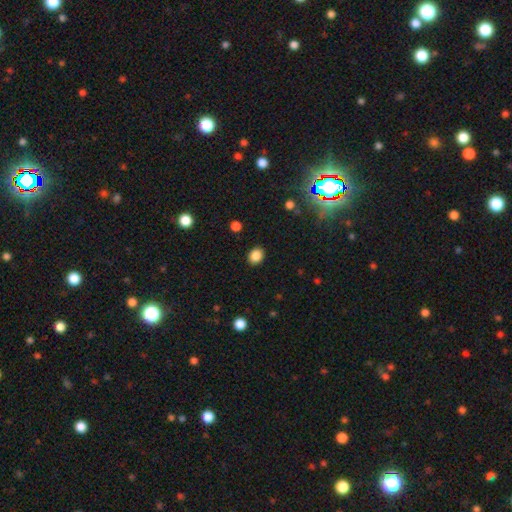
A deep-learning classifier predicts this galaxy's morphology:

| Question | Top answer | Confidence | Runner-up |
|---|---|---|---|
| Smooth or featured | smooth | 86% | star or artifact (10%) |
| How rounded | round | 54% | in between (45%) |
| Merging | none | 89% | minor disturbance (7%) |